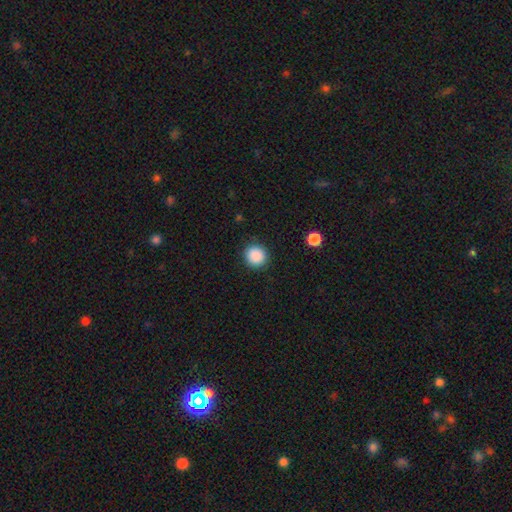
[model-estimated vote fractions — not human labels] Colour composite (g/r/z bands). It shows a smooth galaxy with no disk features (88%) that is round (92%). Merging: none (90%).